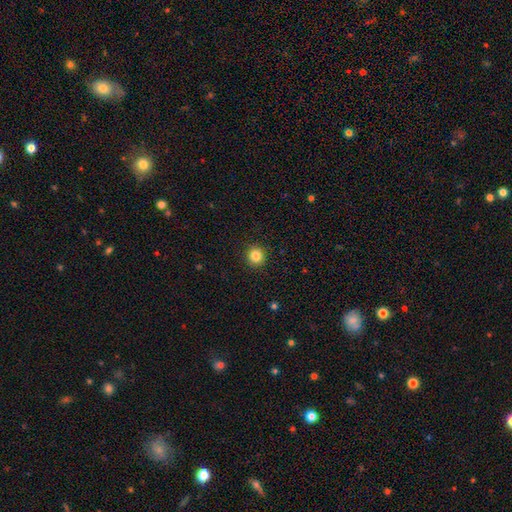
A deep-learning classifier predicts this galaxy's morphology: smooth_or_featured: smooth (p=0.84) [alt: star or artifact p=0.11]
how_rounded: round (p=0.91) [alt: in between p=0.08]
merging: none (p=0.92) [alt: minor disturbance p=0.05]